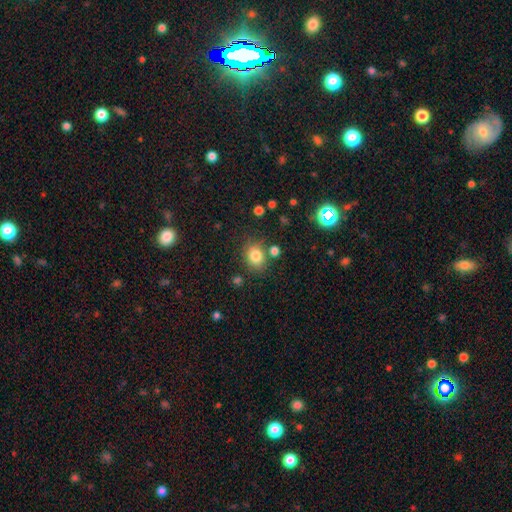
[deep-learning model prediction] A smooth galaxy with no disk features (81%) that is round (60%).

Vote fractions:
- Smooth or featured? smooth: 81% / star or artifact: 12% / featured or disk: 7%
- How rounded? round: 60% / in between: 39% / cigar-shaped: 1%
- Merging? none: 74% / minor disturbance: 13% / merger: 9% / major disturbance: 4%